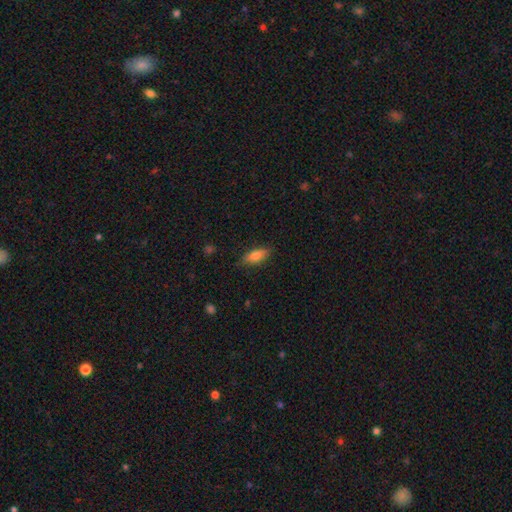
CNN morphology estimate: Smooth or featured?
  - smooth: 78% *
  - featured or disk: 15%
  - star or artifact: 7%
How rounded?
  - in between: 74% *
  - cigar-shaped: 24%
  - round: 3%
Merging?
  - none: 81% *
  - minor disturbance: 15%
  - major disturbance: 3%
  - merger: 1%